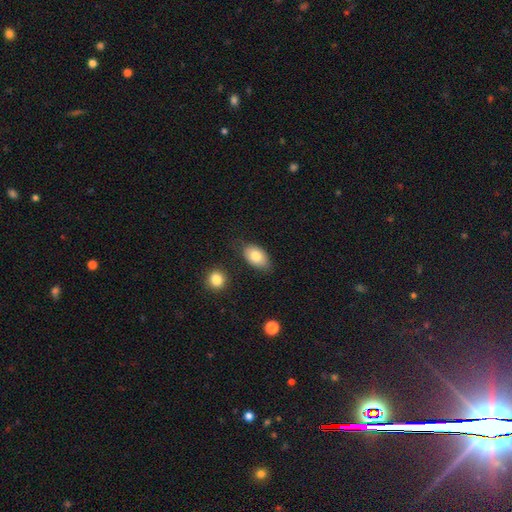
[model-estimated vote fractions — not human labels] Q: Smooth or featured?
A: smooth (80%); runner-up: featured or disk (13%)
Q: How rounded?
A: in between (90%); runner-up: round (9%)
Q: Merging?
A: none (75%); runner-up: minor disturbance (17%)